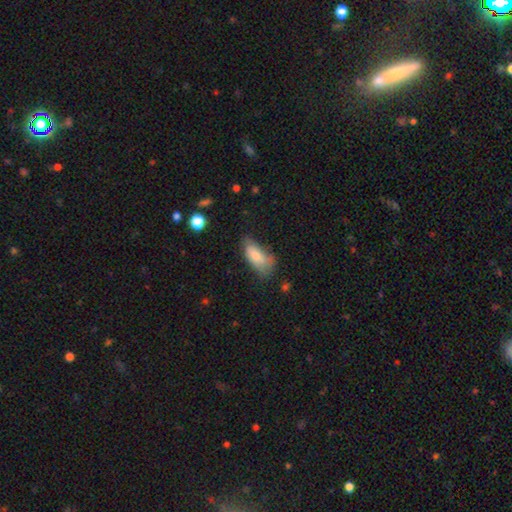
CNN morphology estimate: Smooth or featured: smooth — 74% (featured or disk — 18%)
How rounded: in between — 85% (cigar-shaped — 13%)
Merging: none — 46% (minor disturbance — 37%)